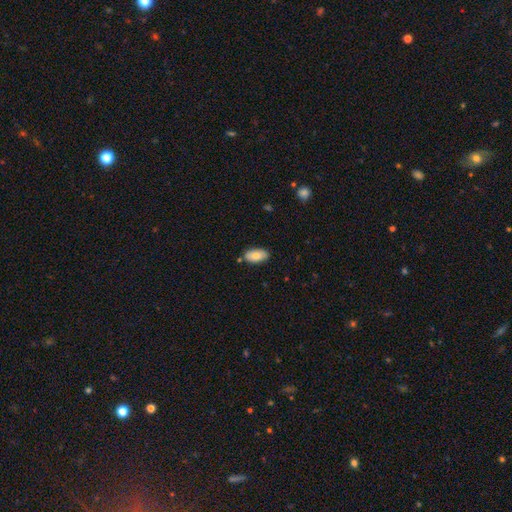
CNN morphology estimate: type=smooth (82%); roundness=in between (94%); merging=none (82%).